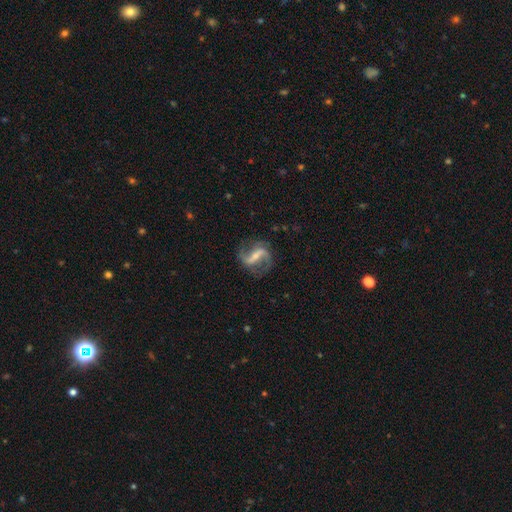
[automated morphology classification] Smooth or featured? Predicted: featured or disk (p=0.87). Edge-on disk? Predicted: no (p=0.97). Bar? Predicted: strong (p=0.56). Spiral arms? Predicted: yes (p=0.95). Spiral winding? Predicted: loose (p=0.56). Spiral arm count? Predicted: 2 (p=0.91). Bulge size? Predicted: small (p=0.54). Merging? Predicted: none (p=0.75).